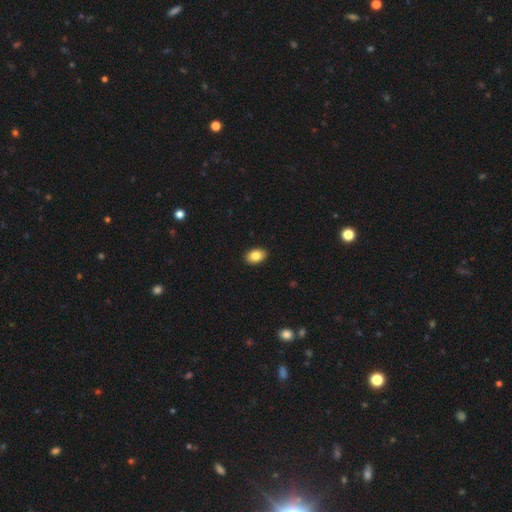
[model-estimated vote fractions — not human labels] smooth 85%, star or artifact 8%, featured or disk 7%. Down the decision tree: how rounded — in between (85%); merging — none (91%).